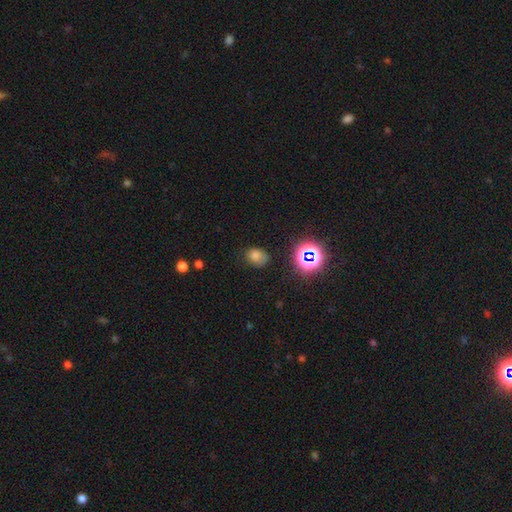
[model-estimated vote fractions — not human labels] smooth 69%, star or artifact 22%, featured or disk 9%. Down the decision tree: how rounded — in between (53%); merging — none (68%).